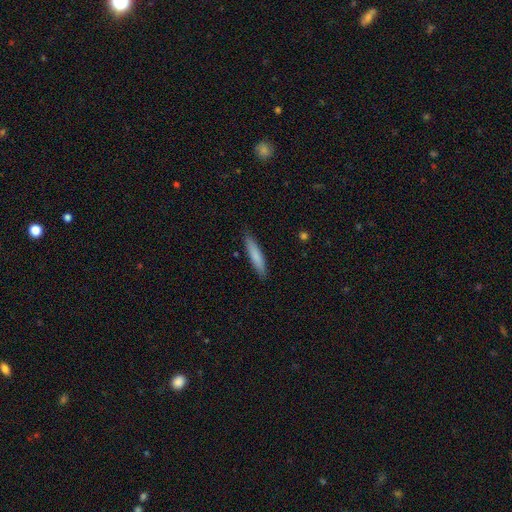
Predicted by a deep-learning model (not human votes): smooth 79%, featured or disk 16%, star or artifact 6%. Down the decision tree: how rounded — cigar-shaped (89%); merging — none (87%).